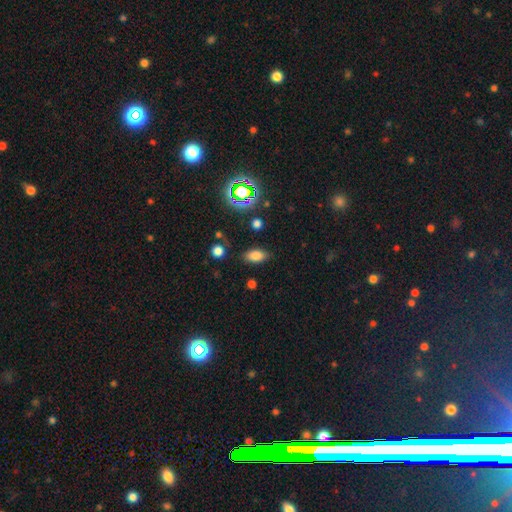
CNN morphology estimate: smooth-or-featured: smooth: 78% | star or artifact: 14% | featured or disk: 8%
  how-rounded: in between: 88% | round: 6% | cigar-shaped: 6%
  merging: none: 82% | minor disturbance: 13% | major disturbance: 3% | merger: 2%